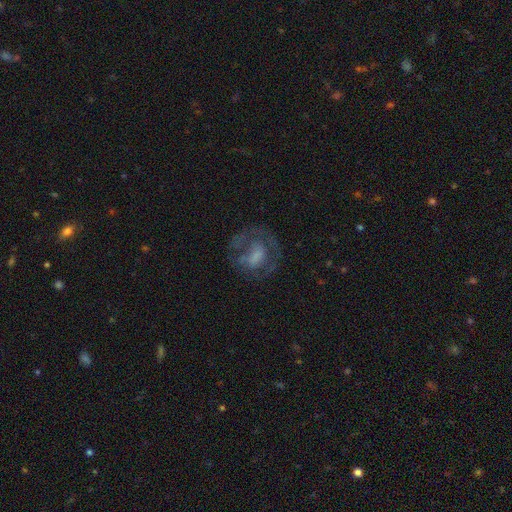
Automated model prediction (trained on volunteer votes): This is possibly a featured or disk galaxy (53%). It is clearly not viewed edge-on (97%). Bar: likely no (62%). Spiral arm pattern: possibly no (57%). Central bulge: marginally none (35%). Merging: possibly none (51%).